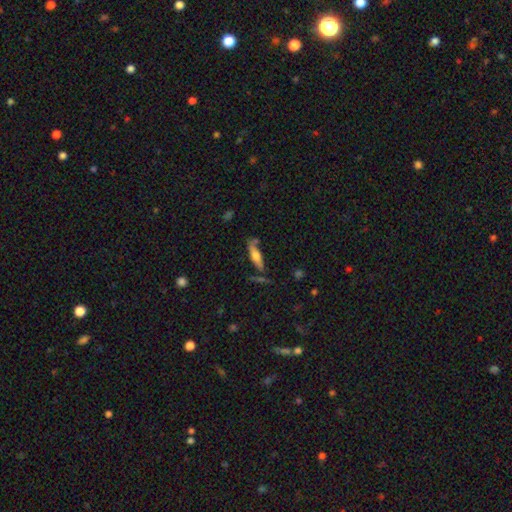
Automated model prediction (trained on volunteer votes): Smooth or featured?
  - smooth: 48% *
  - featured or disk: 45%
  - star or artifact: 7%
Merging?
  - none: 65% *
  - minor disturbance: 19%
  - merger: 10%
  - major disturbance: 6%